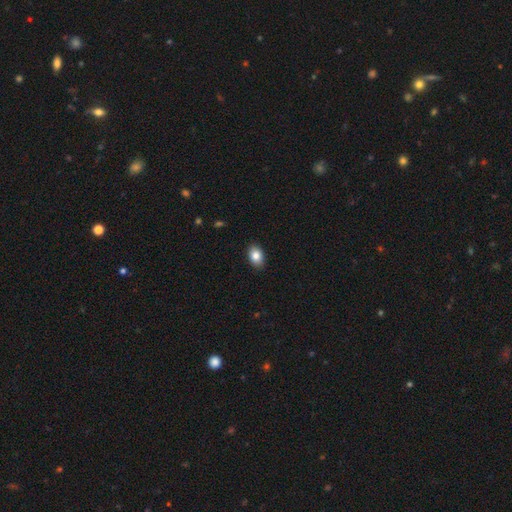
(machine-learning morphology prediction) Smooth or featured?
  - smooth: 85% *
  - star or artifact: 8%
  - featured or disk: 7%
How rounded?
  - in between: 84% *
  - round: 15%
  - cigar-shaped: 1%
Merging?
  - none: 89% *
  - minor disturbance: 8%
  - major disturbance: 2%
  - merger: 1%